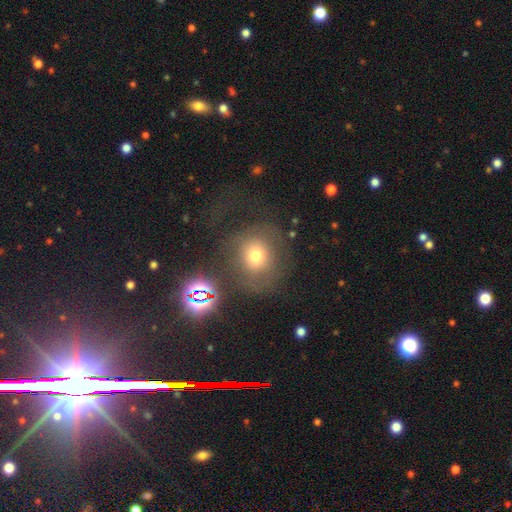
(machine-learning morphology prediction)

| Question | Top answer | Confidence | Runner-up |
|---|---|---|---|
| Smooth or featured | smooth | 64% | featured or disk (19%) |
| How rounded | round | 83% | in between (16%) |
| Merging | none | 57% | major disturbance (21%) |